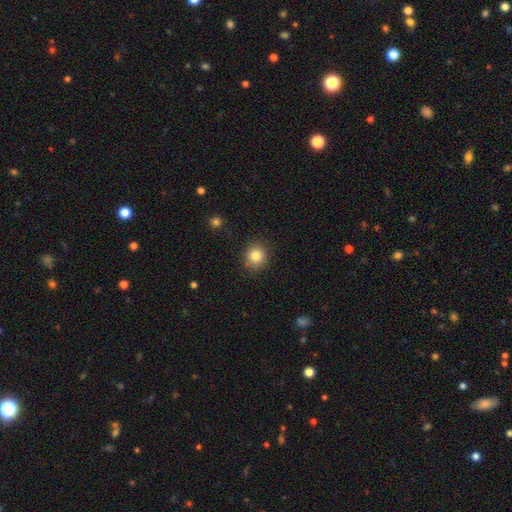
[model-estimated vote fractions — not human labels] Morphology: type=smooth (83%); roundness=round (87%); merging=none (88%).